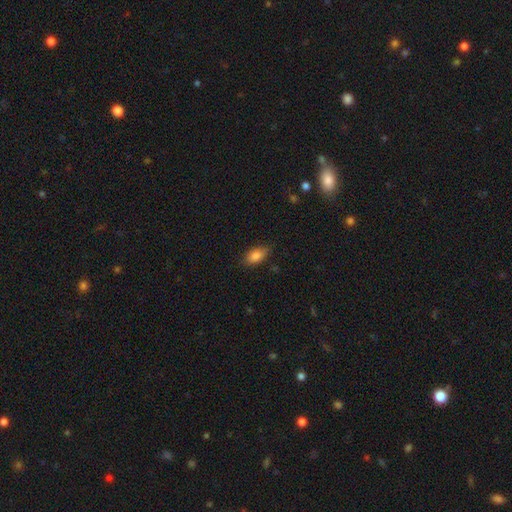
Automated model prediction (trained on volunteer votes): This appears to be a smooth galaxy with no disk features (85%) that is in between round and cigar-shaped (89%). Merging: none (81%).